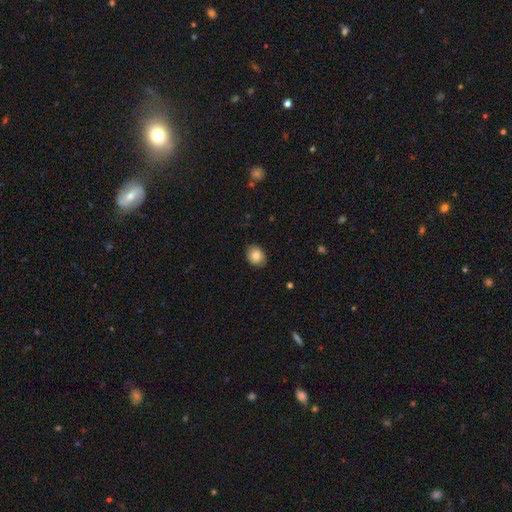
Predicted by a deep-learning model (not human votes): This appears to be a smooth galaxy with no disk features (79%) that is round (54%). Merging: none (85%).